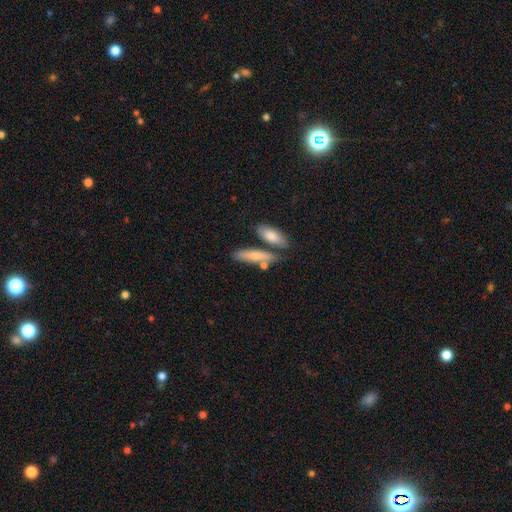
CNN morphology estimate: This is likely a smooth galaxy (74%). How rounded: possibly cigar-shaped (59%). Merging: likely none (62%).